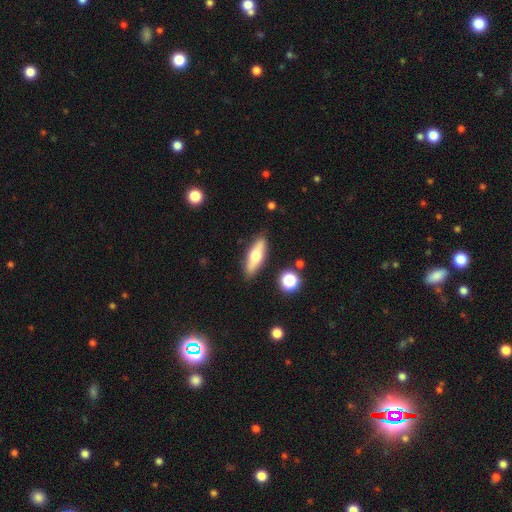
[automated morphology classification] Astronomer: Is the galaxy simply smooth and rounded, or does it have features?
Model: smooth — 56% (runner-up: featured or disk, 37%).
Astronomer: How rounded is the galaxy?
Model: in between — 51% (runner-up: cigar-shaped, 45%).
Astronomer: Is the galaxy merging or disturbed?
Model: none — 86%.